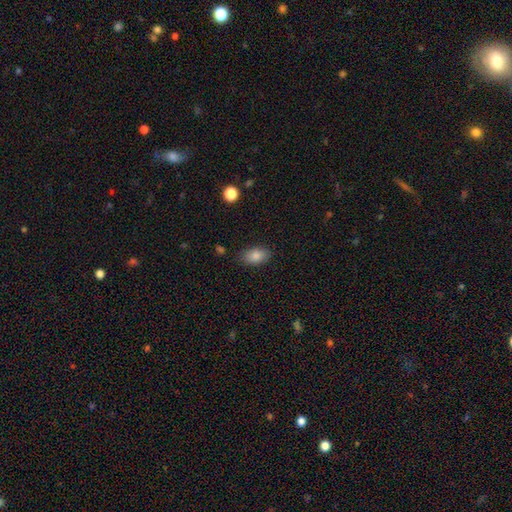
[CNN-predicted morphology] type=smooth (84%); roundness=in between (91%); merging=none (84%).